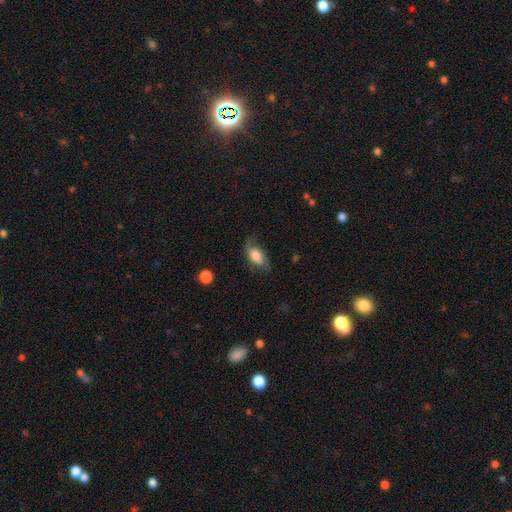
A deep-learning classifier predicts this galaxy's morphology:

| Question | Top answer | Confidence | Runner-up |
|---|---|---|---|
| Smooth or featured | smooth | 56% | featured or disk (37%) |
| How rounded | in between | 88% | round (6%) |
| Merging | none | 61% | minor disturbance (26%) |